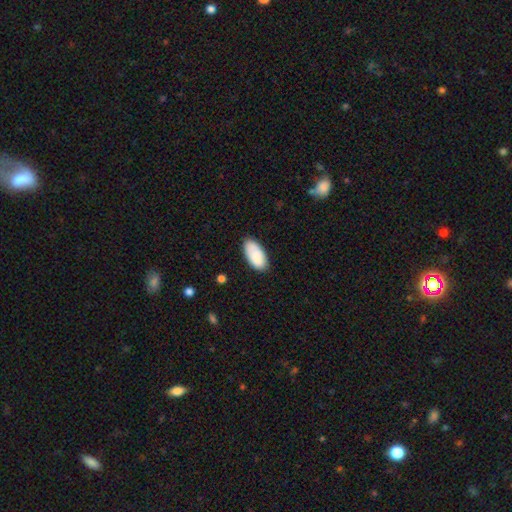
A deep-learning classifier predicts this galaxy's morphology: This is clearly a smooth galaxy (85%). How rounded: clearly in between (95%). Merging: likely none (79%).